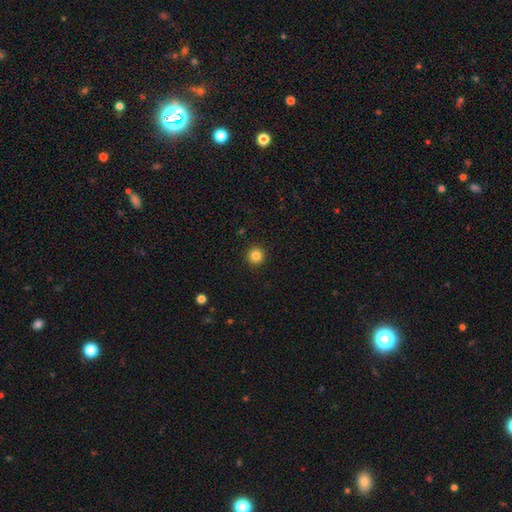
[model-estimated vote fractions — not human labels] Morphology: type=smooth (84%); roundness=round (96%); merging=none (93%).